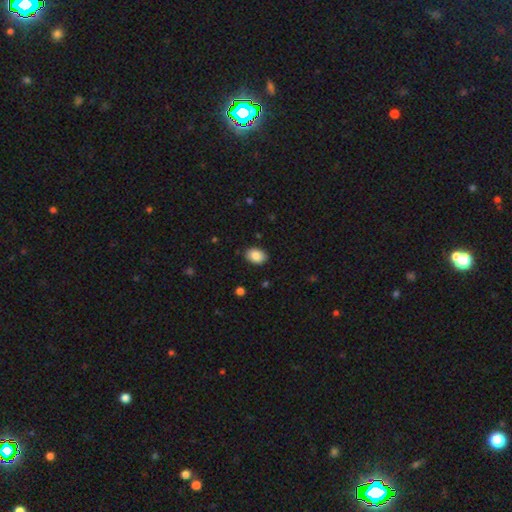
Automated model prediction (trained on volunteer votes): Smooth or featured? Predicted: smooth (p=0.87). How rounded? Predicted: in between (p=0.80). Merging? Predicted: none (p=0.88).